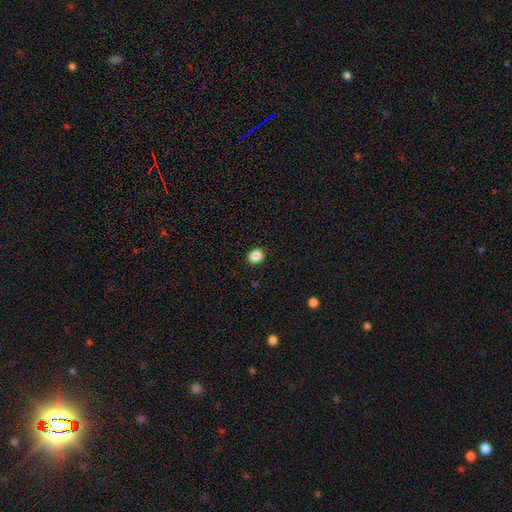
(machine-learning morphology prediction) Smooth or featured? Predicted: smooth (p=0.87). How rounded? Predicted: round (p=0.65). Merging? Predicted: none (p=0.91).